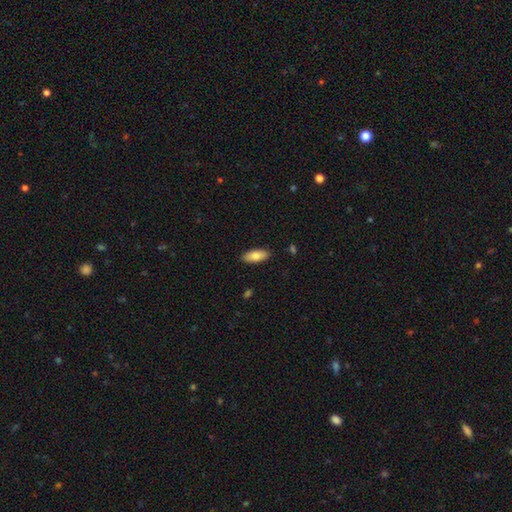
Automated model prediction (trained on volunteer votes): A smooth galaxy with no disk features (80%) that is in between round and cigar-shaped (82%).

Vote fractions:
- Smooth or featured? smooth: 80% / featured or disk: 14% / star or artifact: 6%
- How rounded? in between: 82% / cigar-shaped: 16% / round: 2%
- Merging? none: 89% / minor disturbance: 8% / major disturbance: 2% / merger: 1%